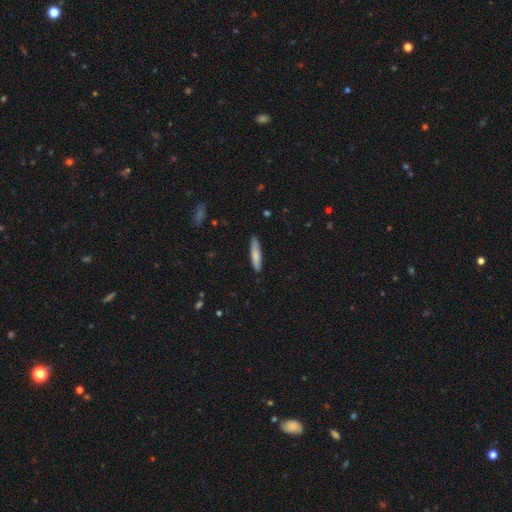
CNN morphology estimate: This is likely a smooth galaxy (78%). How rounded: clearly cigar-shaped (86%). Merging: clearly none (87%).